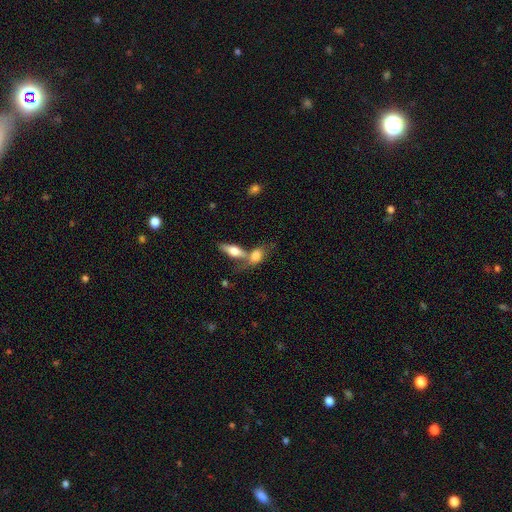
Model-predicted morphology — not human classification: smooth-or-featured: smooth: 66% | featured or disk: 26% | star or artifact: 8%
  how-rounded: in between: 76% | cigar-shaped: 15% | round: 8%
  merging: merger: 56% | none: 29% | minor disturbance: 9% | major disturbance: 5%